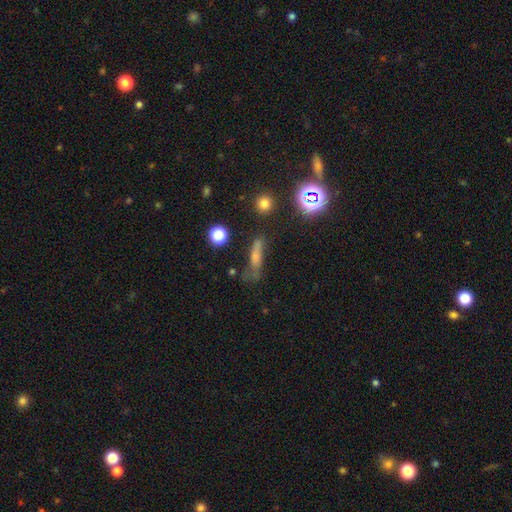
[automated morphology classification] A smooth galaxy with no disk features (42%). Merging: none (52%).